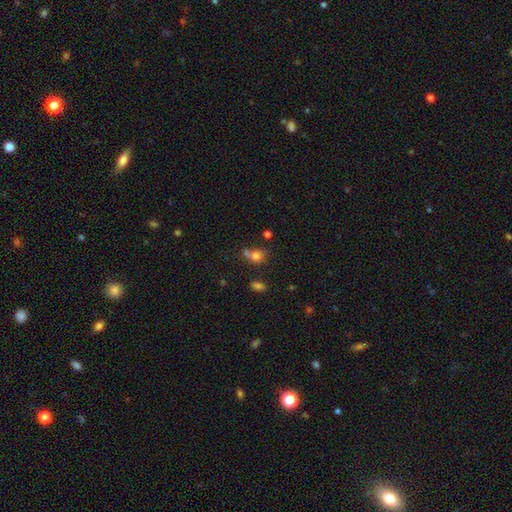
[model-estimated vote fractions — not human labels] The model was most divided on "merging": none: 45%, merger: 30%, minor disturbance: 18%, major disturbance: 8%. More confident: smooth or featured — smooth (76%); how rounded — round (60%).